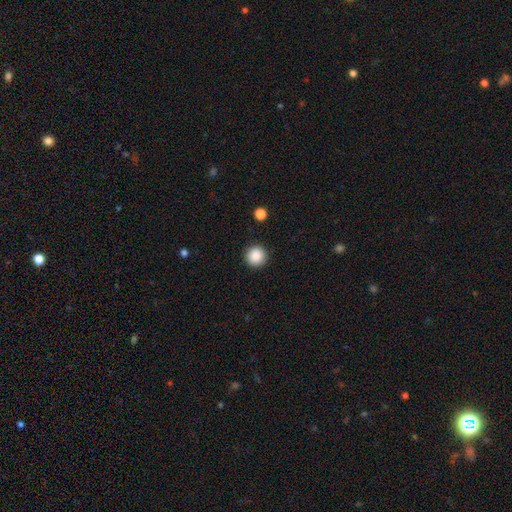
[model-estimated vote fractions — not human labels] smooth 88%, star or artifact 9%, featured or disk 3%. Down the decision tree: how rounded — round (96%); merging — none (92%).